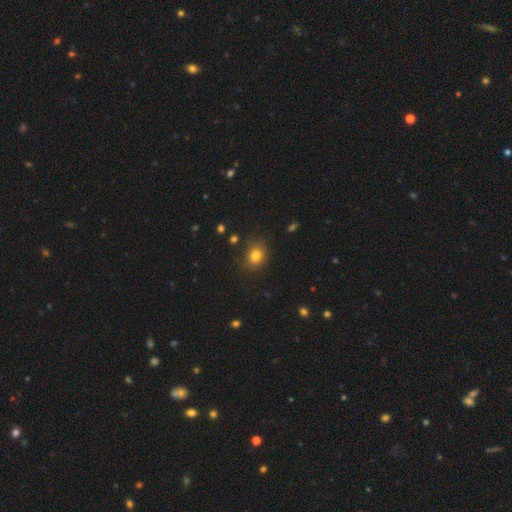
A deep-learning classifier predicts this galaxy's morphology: Smooth or featured? Predicted: smooth (p=0.80). How rounded? Predicted: round (p=0.69). Merging? Predicted: none (p=0.82).